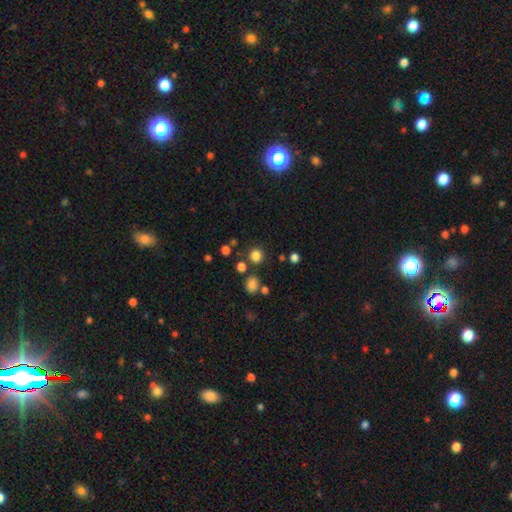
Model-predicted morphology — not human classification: Smooth or featured: smooth — 80% (star or artifact — 15%)
How rounded: round — 90% (in between — 10%)
Merging: none — 79% (merger — 9%)